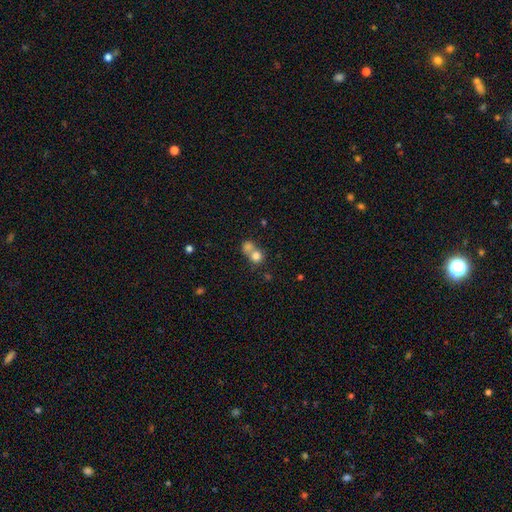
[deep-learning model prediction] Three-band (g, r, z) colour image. It shows a smooth galaxy with no disk features (77%) that is round (81%). Merging: merger (60%).